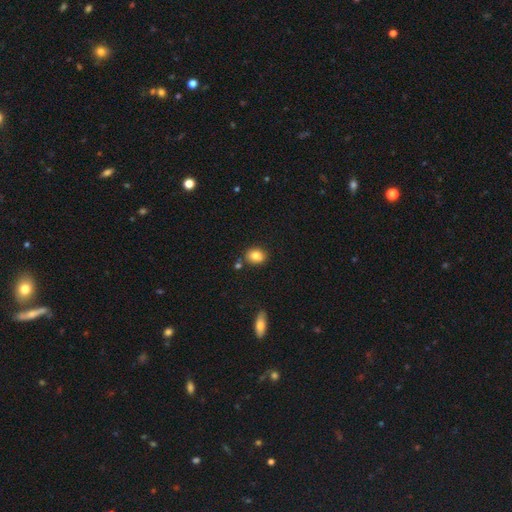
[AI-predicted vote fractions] smooth 81%, star or artifact 10%, featured or disk 9%. Down the decision tree: how rounded — round (54%); merging — none (80%).